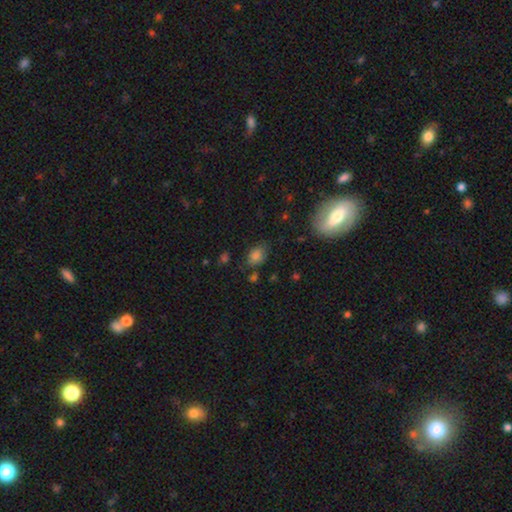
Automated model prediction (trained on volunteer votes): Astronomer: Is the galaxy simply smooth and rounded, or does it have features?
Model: smooth — 79%.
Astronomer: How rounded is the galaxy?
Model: in between — 75%.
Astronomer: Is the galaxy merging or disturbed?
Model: none — 69%.